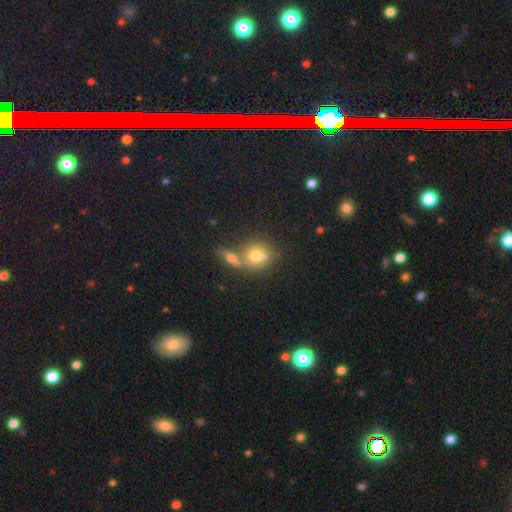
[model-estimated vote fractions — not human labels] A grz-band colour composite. It shows a smooth galaxy with no disk features (70%) that is round (75%). Merging: merger (48%).